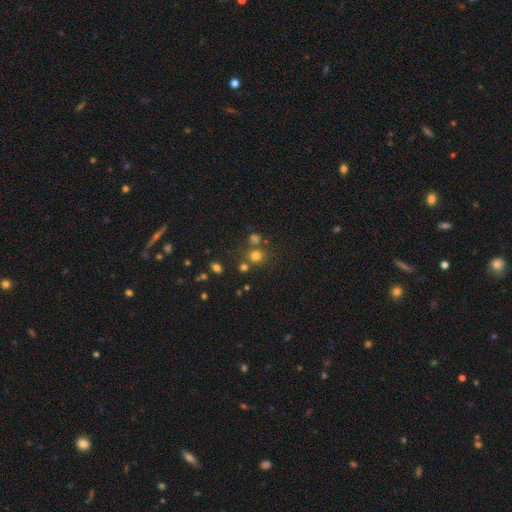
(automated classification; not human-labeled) This appears to be a smooth galaxy with no disk features (71%) that is round (85%). Merging: none (68%).